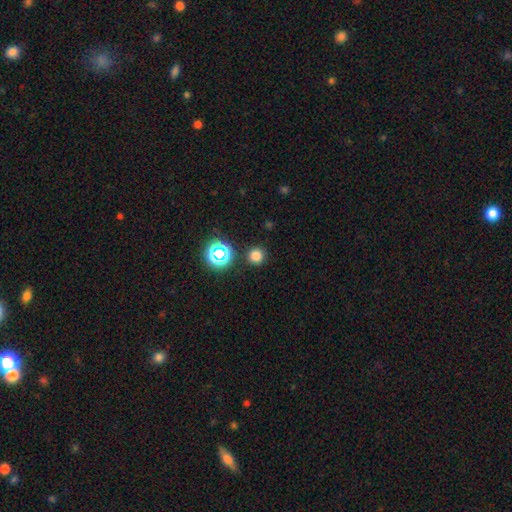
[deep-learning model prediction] Smooth or featured? Predicted: smooth (p=0.75). How rounded? Predicted: round (p=0.94). Merging? Predicted: none (p=0.89).